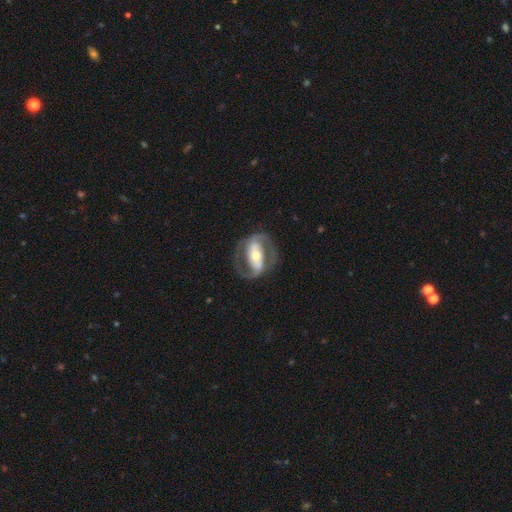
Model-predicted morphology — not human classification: Smooth or featured? Predicted: featured or disk (p=0.84). Edge-on disk? Predicted: no (p=0.95). Bar? Predicted: strong (p=0.57). Spiral arms? Predicted: yes (p=0.86). Spiral winding? Predicted: medium (p=0.52). Spiral arm count? Predicted: 2 (p=0.89). Bulge size? Predicted: moderate (p=0.57). Merging? Predicted: none (p=0.75).